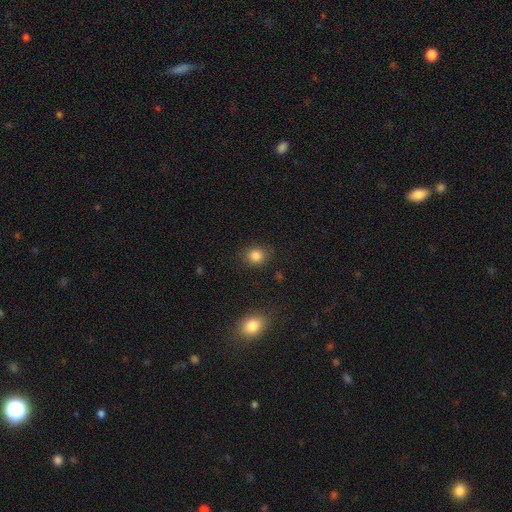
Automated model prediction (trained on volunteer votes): Q: Smooth or featured?
A: smooth (85%); runner-up: star or artifact (11%)
Q: How rounded?
A: round (77%); runner-up: in between (22%)
Q: Merging?
A: none (87%); runner-up: minor disturbance (9%)